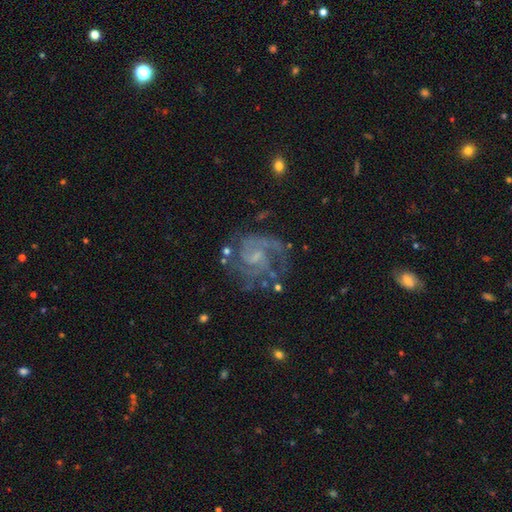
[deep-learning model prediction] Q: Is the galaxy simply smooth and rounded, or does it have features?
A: featured or disk — 87%.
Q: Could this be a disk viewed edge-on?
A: no — 98%.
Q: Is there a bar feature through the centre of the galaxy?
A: weak — 50%.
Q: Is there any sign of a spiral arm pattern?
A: yes — 97%.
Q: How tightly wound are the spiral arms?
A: medium — 47%.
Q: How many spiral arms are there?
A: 2 — 57%.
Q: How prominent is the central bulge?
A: small — 47%.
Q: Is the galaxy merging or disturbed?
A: none — 68%.